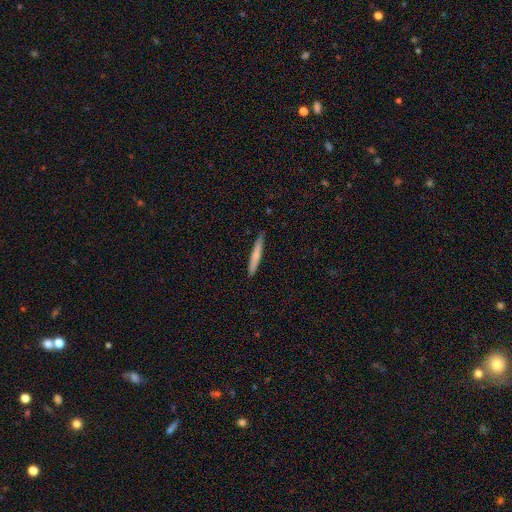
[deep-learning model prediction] Smooth or featured?
  - smooth: 69% *
  - featured or disk: 26%
  - star or artifact: 6%
How rounded?
  - cigar-shaped: 95% *
  - in between: 3%
  - round: 1%
Merging?
  - none: 89% *
  - minor disturbance: 9%
  - major disturbance: 1%
  - merger: 1%